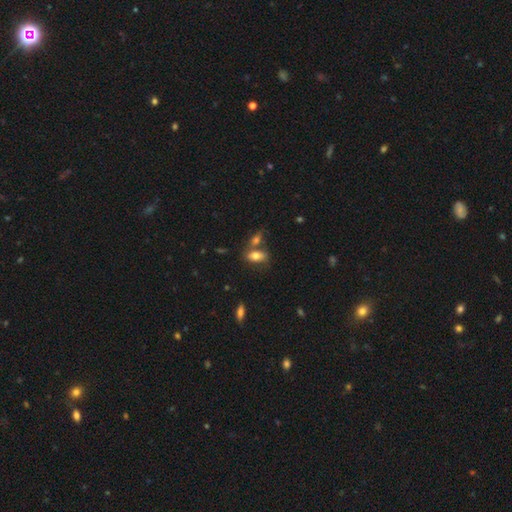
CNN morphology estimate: smooth 74%, featured or disk 17%, star or artifact 9%. Down the decision tree: how rounded — in between (86%); merging — none (54%).